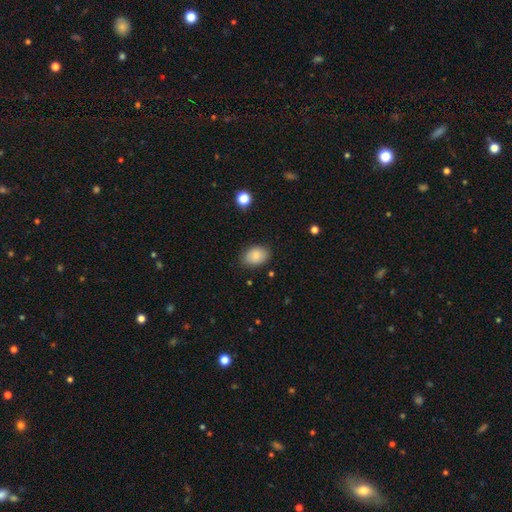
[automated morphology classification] smooth 83%, featured or disk 10%, star or artifact 8%. Down the decision tree: how rounded — in between (81%); merging — none (83%).